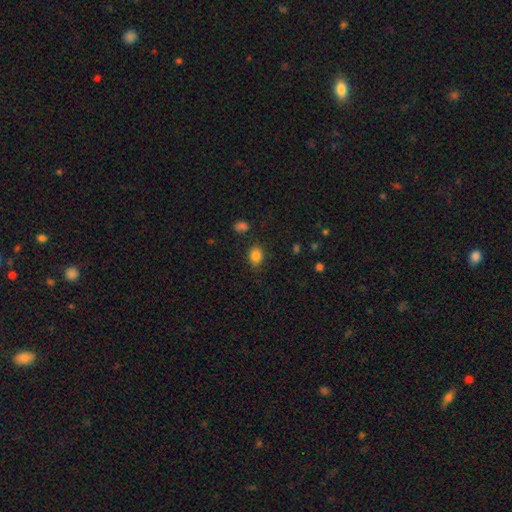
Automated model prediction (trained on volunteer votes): A smooth galaxy with no disk features (84%) that is in between round and cigar-shaped (62%).

Vote fractions:
- Smooth or featured? smooth: 84% / star or artifact: 10% / featured or disk: 5%
- How rounded? in between: 62% / round: 37% / cigar-shaped: 1%
- Merging? none: 82% / minor disturbance: 12% / major disturbance: 3% / merger: 3%